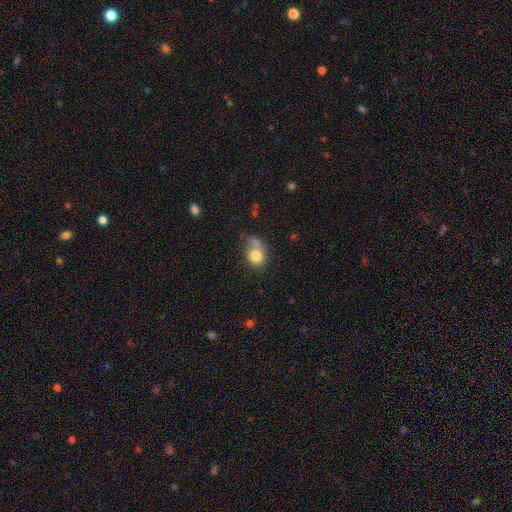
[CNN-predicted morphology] smooth-or-featured: smooth: 79% | featured or disk: 12% | star or artifact: 9%
  how-rounded: round: 59% | in between: 40% | cigar-shaped: 1%
  merging: none: 42% | merger: 23% | minor disturbance: 23% | major disturbance: 13%